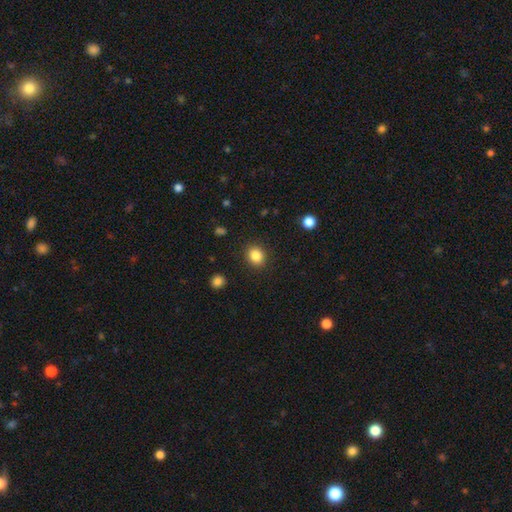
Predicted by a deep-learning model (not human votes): Morphology: type=smooth (86%); roundness=round (69%); merging=none (89%).